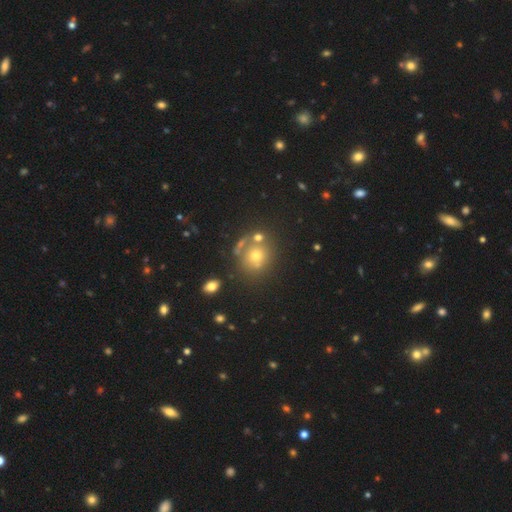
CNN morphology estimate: Q: Smooth or featured?
A: smooth (62%); runner-up: star or artifact (20%)
Q: How rounded?
A: round (77%); runner-up: in between (22%)
Q: Merging?
A: none (60%); runner-up: merger (17%)